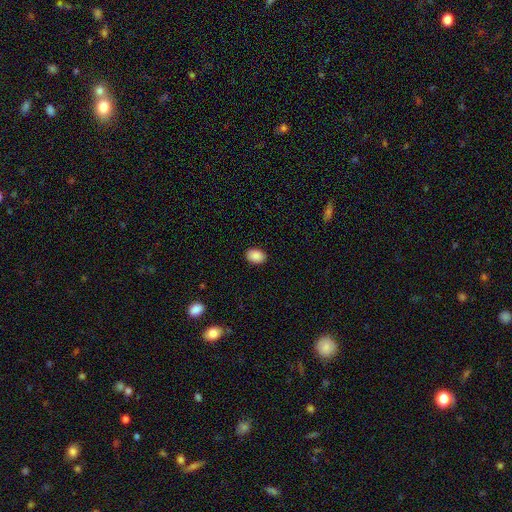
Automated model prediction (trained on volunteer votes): smooth-or-featured: smooth: 89% | star or artifact: 7% | featured or disk: 3%
  how-rounded: in between: 76% | round: 23% | cigar-shaped: 1%
  merging: none: 89% | minor disturbance: 8% | major disturbance: 2% | merger: 1%